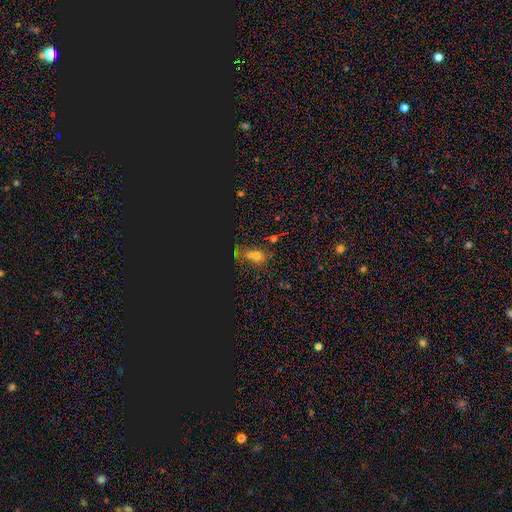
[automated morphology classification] smooth-or-featured: star or artifact: 45% | smooth: 39% | featured or disk: 15%